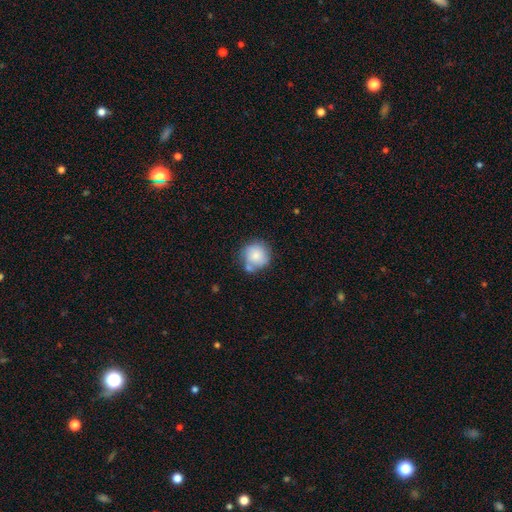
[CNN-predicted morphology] A smooth galaxy with no disk features (80%) that is round (90%). Merging: none (57%).